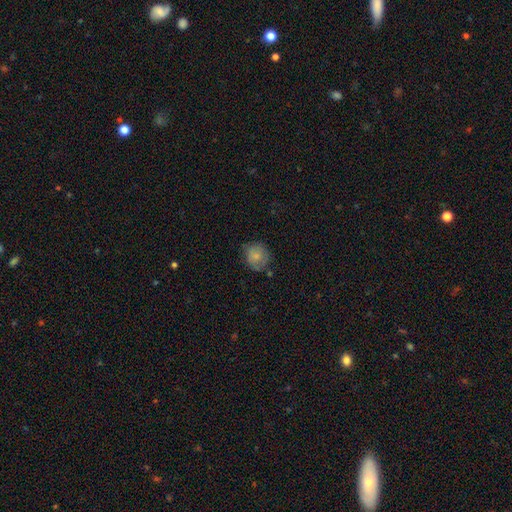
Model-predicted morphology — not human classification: Smooth or featured? smooth (77%)
How rounded? round (83%)
Merging? none (65%)